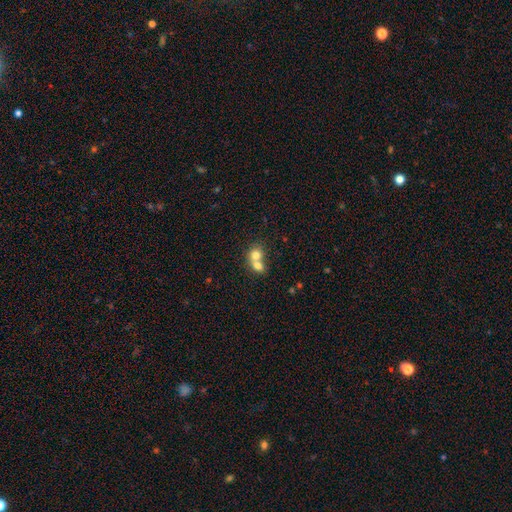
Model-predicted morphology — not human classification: smooth_or_featured: smooth (p=0.75) [alt: featured or disk p=0.16]
how_rounded: round (p=0.63) [alt: in between p=0.36]
merging: merger (p=0.72) [alt: none p=0.21]